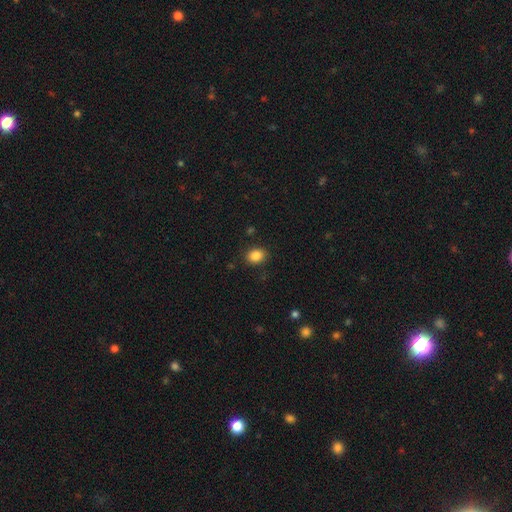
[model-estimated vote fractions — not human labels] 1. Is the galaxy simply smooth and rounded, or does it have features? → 86% smooth, 10% star or artifact, 4% featured or disk.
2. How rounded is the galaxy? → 53% in between, 46% round, 1% cigar-shaped.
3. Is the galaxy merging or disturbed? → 87% none, 9% minor disturbance, 3% major disturbance, 1% merger.